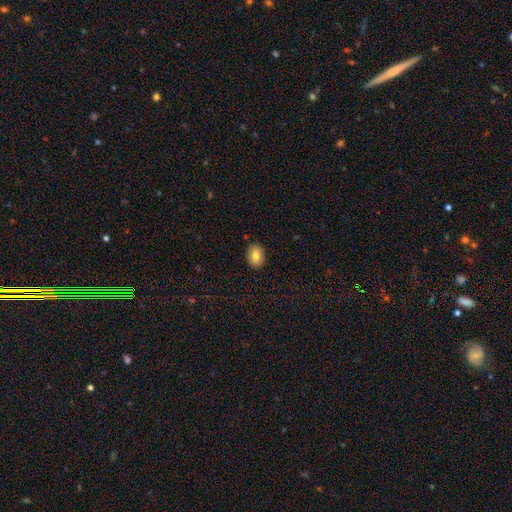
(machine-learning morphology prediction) smooth-or-featured: smooth: 77% | featured or disk: 15% | star or artifact: 8%
  how-rounded: in between: 77% | round: 21% | cigar-shaped: 1%
  merging: none: 89% | minor disturbance: 8% | major disturbance: 2% | merger: 1%